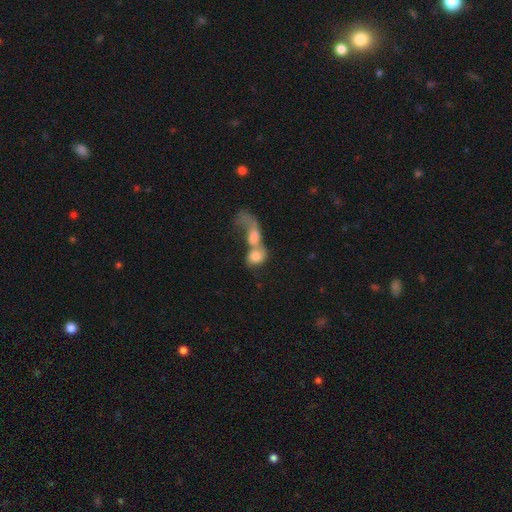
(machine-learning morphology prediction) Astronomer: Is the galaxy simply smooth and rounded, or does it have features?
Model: smooth — 62%.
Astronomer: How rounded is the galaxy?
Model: round — 48% (runner-up: in between, 47%).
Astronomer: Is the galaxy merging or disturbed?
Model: merger — 77%.